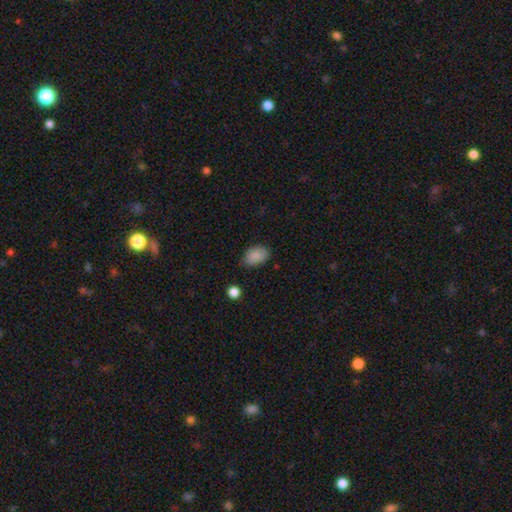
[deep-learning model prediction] This appears to be a smooth galaxy with no disk features (87%) that is in between round and cigar-shaped (81%). Merging: none (76%).